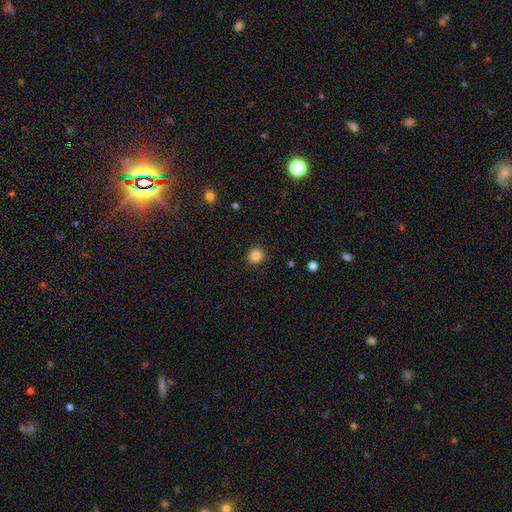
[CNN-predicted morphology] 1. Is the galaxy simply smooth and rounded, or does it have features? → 85% smooth, 11% star or artifact, 4% featured or disk.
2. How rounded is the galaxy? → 89% round, 10% in between, 1% cigar-shaped.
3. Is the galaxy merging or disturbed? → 89% none, 8% minor disturbance, 2% major disturbance, 1% merger.